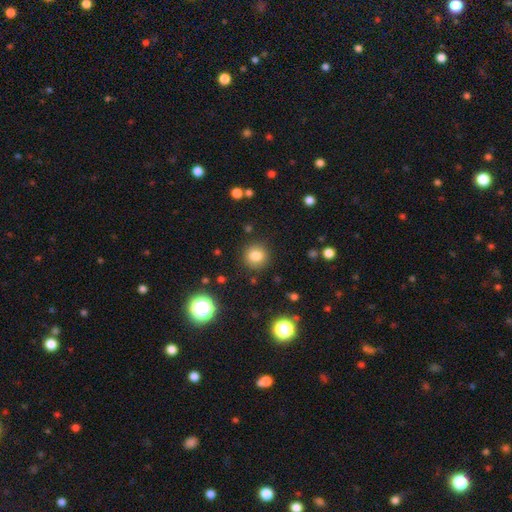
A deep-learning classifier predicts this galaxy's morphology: A smooth galaxy with no disk features (81%) that is round (89%). Merging: none (88%).